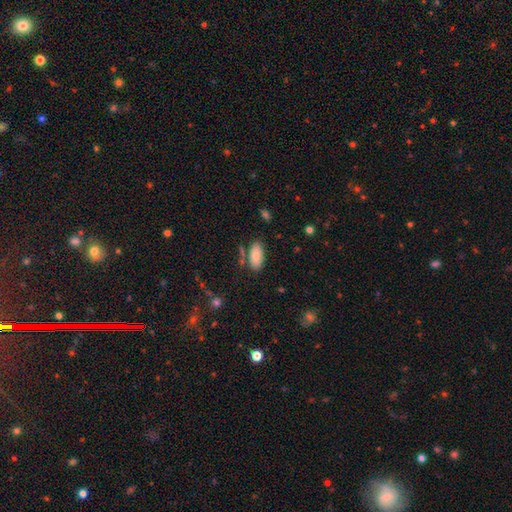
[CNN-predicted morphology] Q: Smooth or featured?
A: smooth (80%); runner-up: featured or disk (13%)
Q: How rounded?
A: in between (92%); runner-up: cigar-shaped (6%)
Q: Merging?
A: none (76%); runner-up: minor disturbance (14%)